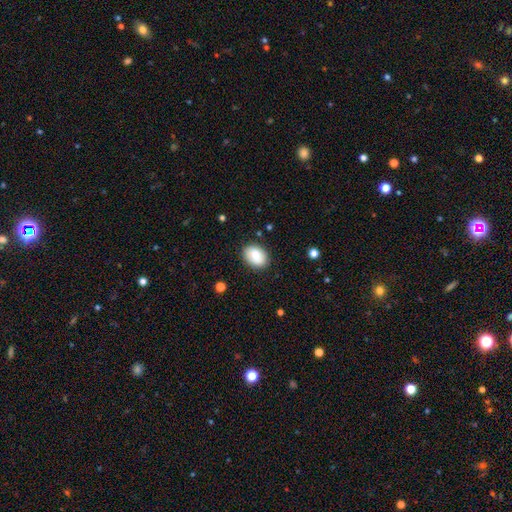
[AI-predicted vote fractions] smooth 82%, featured or disk 11%, star or artifact 7%. Down the decision tree: how rounded — in between (76%); merging — none (85%).